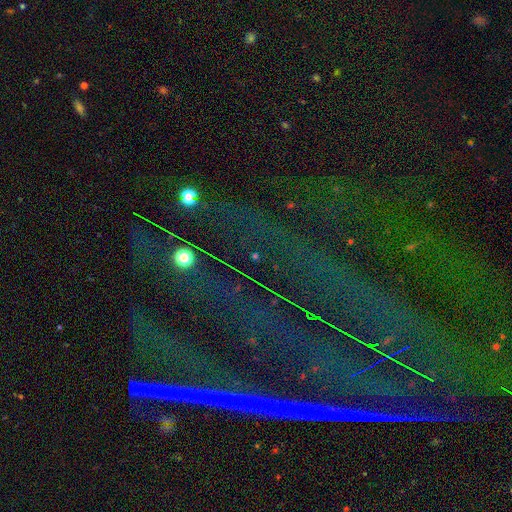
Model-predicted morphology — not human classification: This is likely a star or artifact rather than a galaxy (76%).